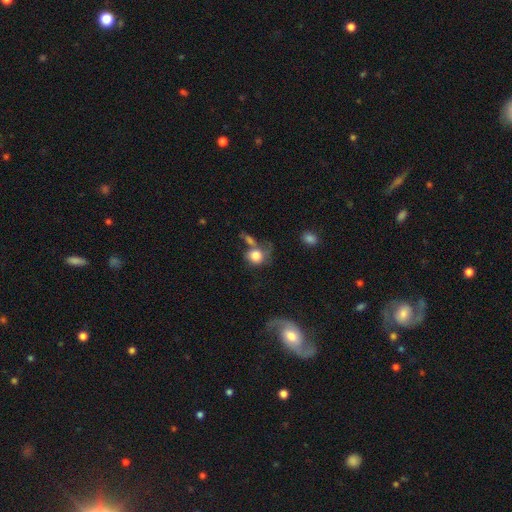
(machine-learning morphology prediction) Smooth or featured? smooth (78%)
How rounded? round (70%)
Merging? none (33%, tied with merger)